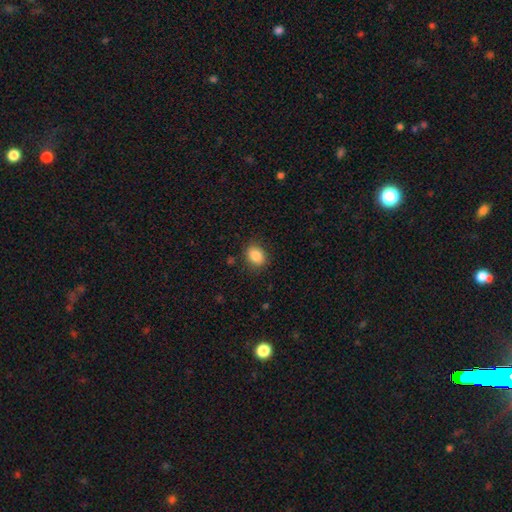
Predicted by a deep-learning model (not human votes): smooth_or_featured: smooth (p=0.86) [alt: star or artifact p=0.09]
how_rounded: in between (p=0.58) [alt: round p=0.41]
merging: none (p=0.84) [alt: minor disturbance p=0.11]